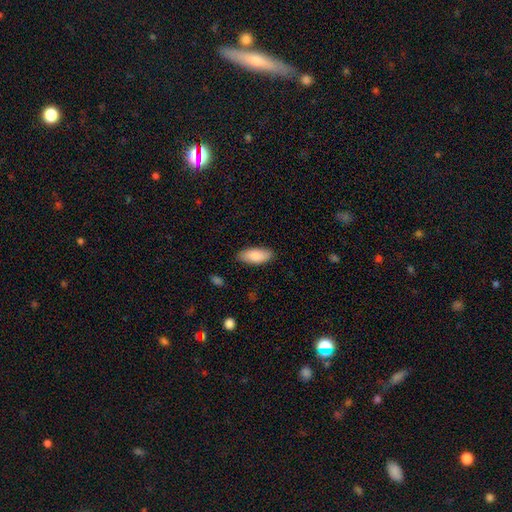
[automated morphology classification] This appears to be a smooth galaxy with no disk features (87%) that is in between round and cigar-shaped (84%). Merging: none (86%).